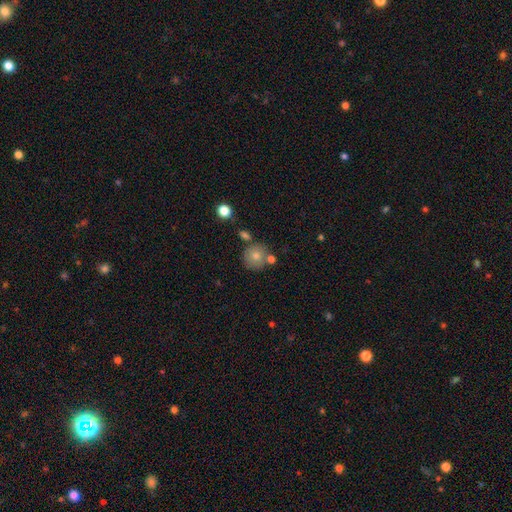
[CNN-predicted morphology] smooth 76%, featured or disk 14%, star or artifact 10%. Down the decision tree: how rounded — round (90%); merging — none (68%).